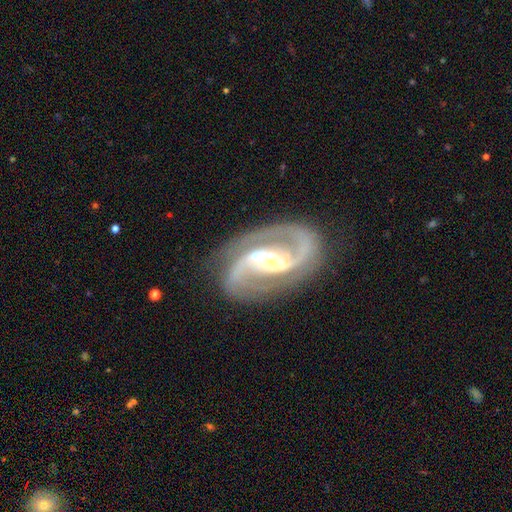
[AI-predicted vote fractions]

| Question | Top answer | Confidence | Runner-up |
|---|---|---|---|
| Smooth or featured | featured or disk | 92% | star or artifact (5%) |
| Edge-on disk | no | 97% | yes (3%) |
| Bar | strong | 51% | weak (31%) |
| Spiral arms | yes | 98% | no (2%) |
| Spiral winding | medium | 59% | tight (25%) |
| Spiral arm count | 2 | 91% | 3 (3%) |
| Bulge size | moderate | 48% | small (33%) |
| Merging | none | 76% | minor disturbance (14%) |